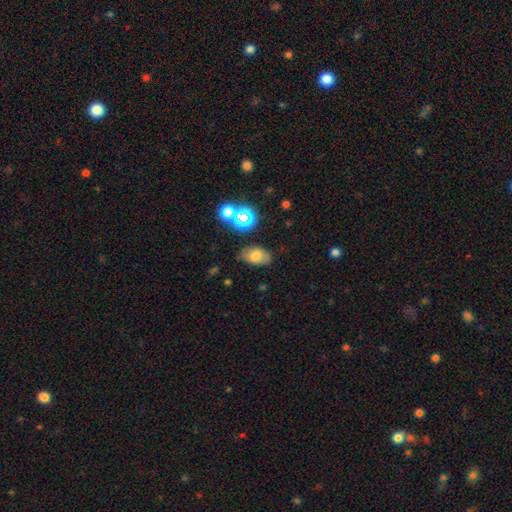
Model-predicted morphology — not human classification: Smooth or featured? Predicted: smooth (p=0.71). How rounded? Predicted: in between (p=0.88). Merging? Predicted: none (p=0.76).